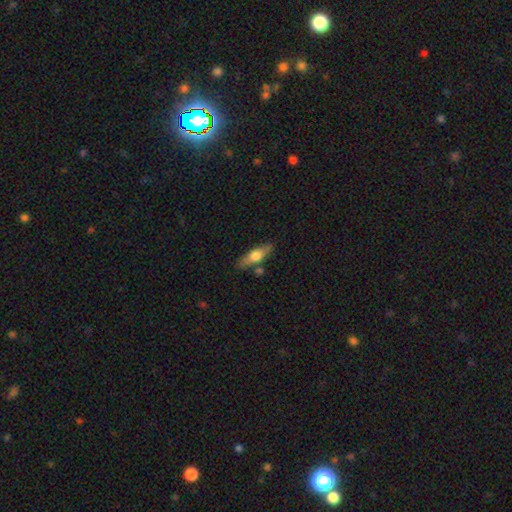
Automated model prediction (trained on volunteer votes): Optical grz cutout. It shows a smooth galaxy with no disk features (54%) that is cigar-shaped (52%). Merging: none (77%).